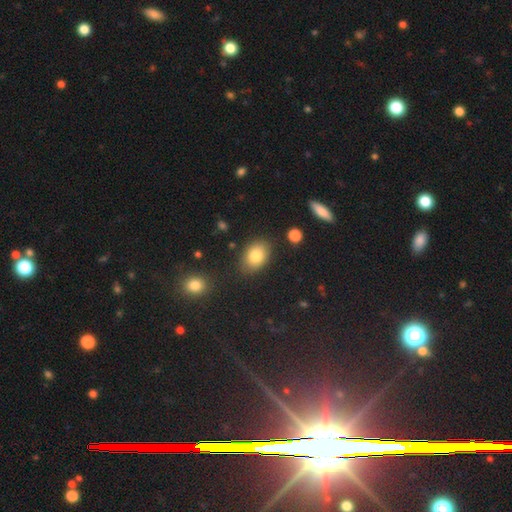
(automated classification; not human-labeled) Smooth or featured? smooth (81%)
How rounded? in between (80%)
Merging? none (83%)